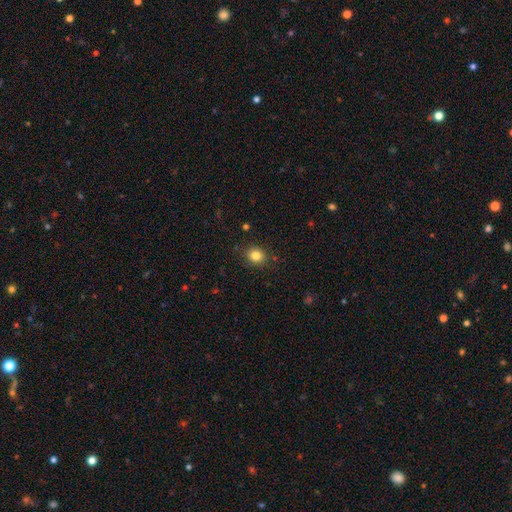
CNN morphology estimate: The model was most divided on "how rounded": round: 78%, in between: 21%, cigar-shaped: 1%. More confident: merging — none (88%); smooth or featured — smooth (83%).